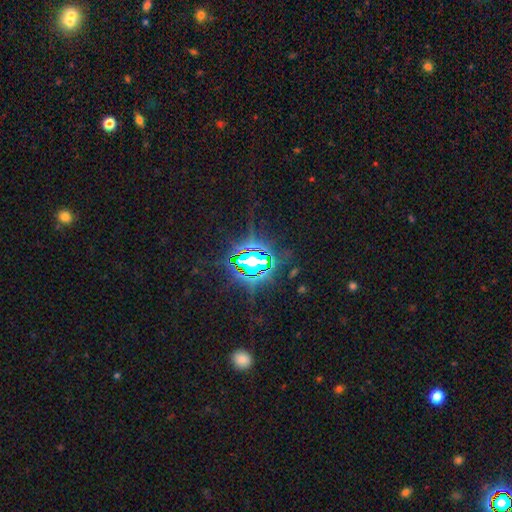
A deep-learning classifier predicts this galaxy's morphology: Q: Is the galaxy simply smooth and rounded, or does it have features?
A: star or artifact — 84%.